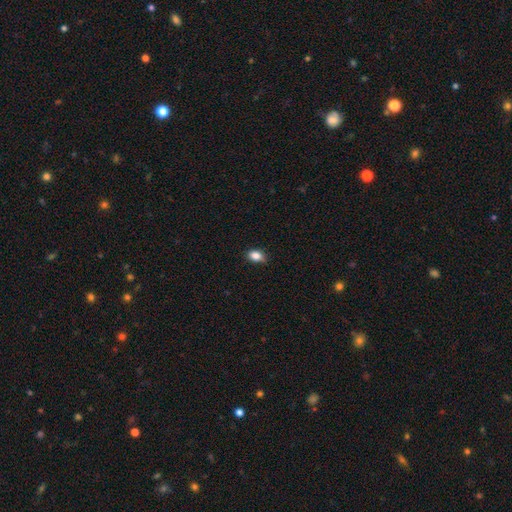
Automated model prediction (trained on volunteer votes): Smooth or featured?
  - smooth: 86% *
  - star or artifact: 9%
  - featured or disk: 5%
How rounded?
  - in between: 76% *
  - round: 22%
  - cigar-shaped: 2%
Merging?
  - none: 80% *
  - minor disturbance: 17%
  - major disturbance: 2%
  - merger: 1%